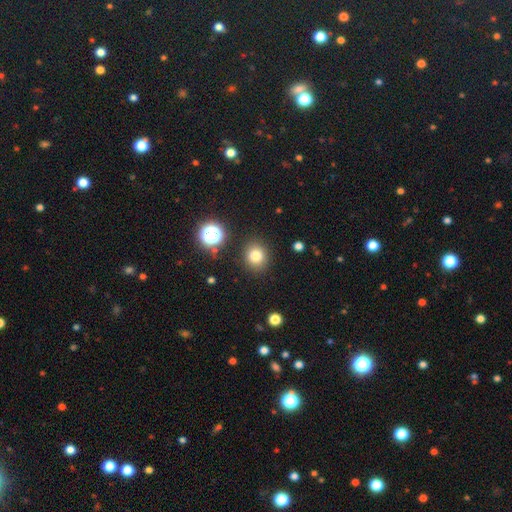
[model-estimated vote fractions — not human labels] A smooth galaxy with no disk features (79%) that is round (81%). Merging: none (87%).